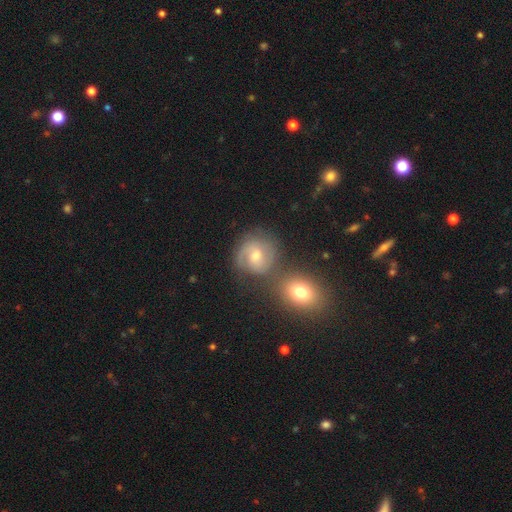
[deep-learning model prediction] smooth_or_featured: featured or disk (p=0.68) [alt: smooth p=0.23]
disk_edge_on: no (p=0.97) [alt: yes p=0.03]
bar: no (p=0.50) [alt: weak p=0.42]
has_spiral_arms: yes (p=0.91) [alt: no p=0.09]
spiral_winding: tight (p=0.44) [tied with: medium p=0.44]
spiral_arm_count: 2 (p=0.73) [alt: can't tell p=0.12]
bulge_size: moderate (p=0.63) [alt: small p=0.31]
merging: none (p=0.66) [alt: minor disturbance p=0.15]